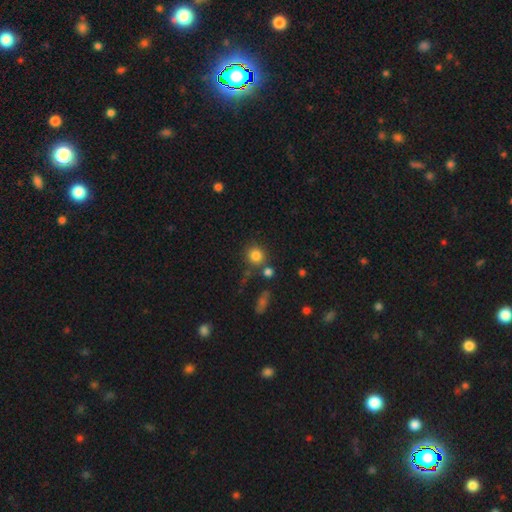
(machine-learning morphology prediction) type=smooth (82%); roundness=round (87%); merging=none (73%).